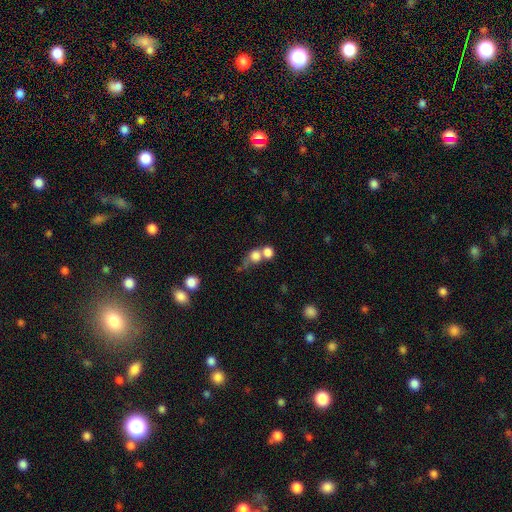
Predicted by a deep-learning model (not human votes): This appears to be a smooth galaxy with no disk features (76%) that is round (65%). Merging: merger (57%).